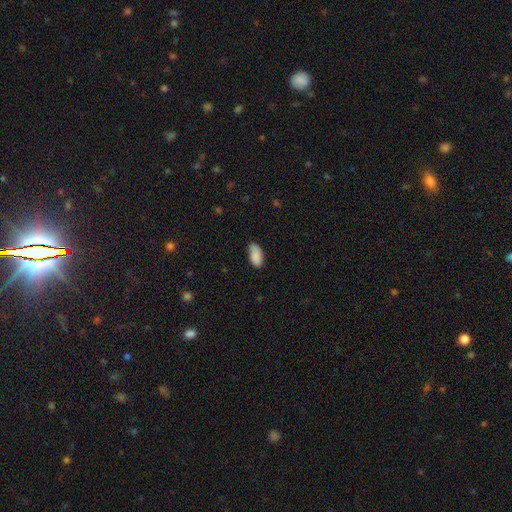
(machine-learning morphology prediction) Q: Smooth or featured?
A: smooth (88%); runner-up: star or artifact (7%)
Q: How rounded?
A: in between (93%); runner-up: cigar-shaped (5%)
Q: Merging?
A: none (68%); runner-up: minor disturbance (26%)